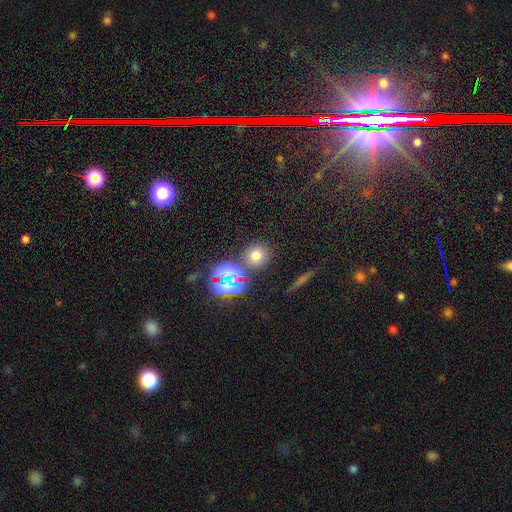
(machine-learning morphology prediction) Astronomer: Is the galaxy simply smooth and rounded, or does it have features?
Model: smooth — 68%.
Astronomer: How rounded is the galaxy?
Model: round — 86%.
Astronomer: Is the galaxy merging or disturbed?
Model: none — 81%.